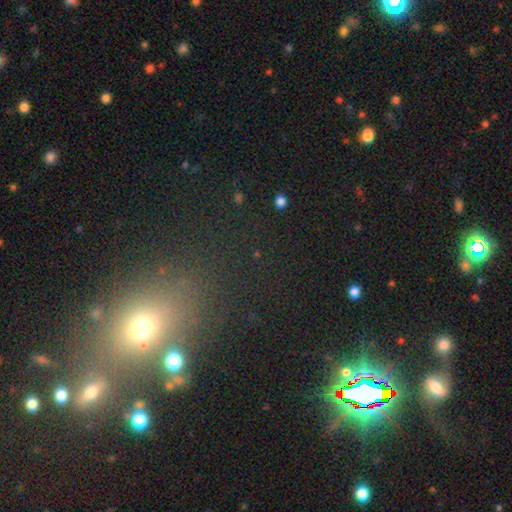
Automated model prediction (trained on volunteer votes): This appears to be a star or artifact, not a galaxy (53%).